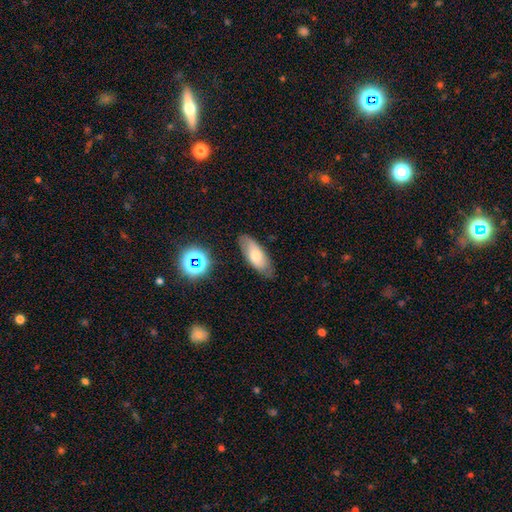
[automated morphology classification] This appears to be a smooth galaxy with no disk features (63%) that is in between round and cigar-shaped (81%). Merging: none (78%).